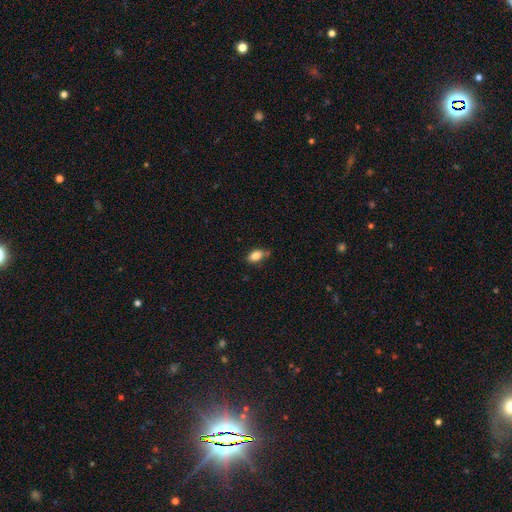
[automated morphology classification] This is clearly a smooth galaxy (82%). How rounded: clearly in between (86%). Merging: likely none (62%).